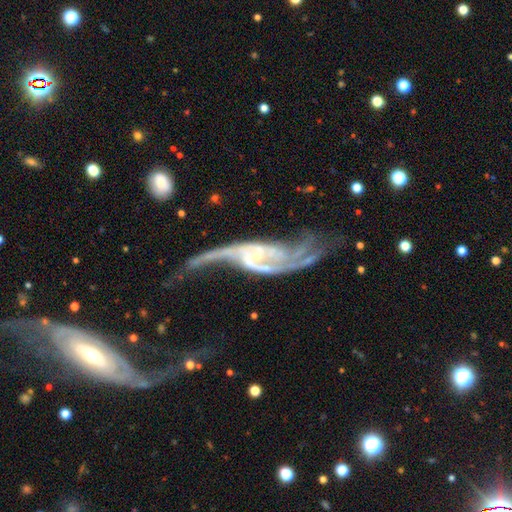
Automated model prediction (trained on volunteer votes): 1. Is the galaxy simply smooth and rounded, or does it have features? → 89% featured or disk, 6% star or artifact, 5% smooth.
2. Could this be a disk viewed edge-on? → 91% no, 9% yes.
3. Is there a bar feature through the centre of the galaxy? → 45% no, 35% weak, 20% strong.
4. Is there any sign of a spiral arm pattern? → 94% yes, 6% no.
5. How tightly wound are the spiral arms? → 73% loose, 19% medium, 8% tight.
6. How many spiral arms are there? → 75% 2, 8% can't tell, 6% 3, 4% 1, 4% 4, 3% more than 4.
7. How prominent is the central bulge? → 69% small, 15% moderate, 12% none, 2% large, 1% dominant.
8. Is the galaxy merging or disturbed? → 39% major disturbance, 31% none, 16% minor disturbance, 14% merger.